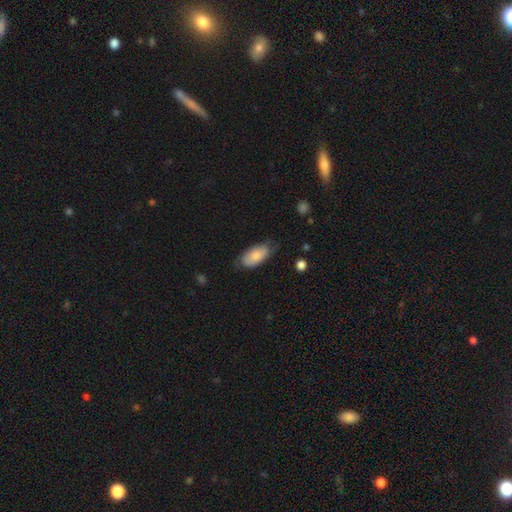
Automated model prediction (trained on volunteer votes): Morphology: type=smooth (80%); roundness=in between (93%); merging=none (62%).